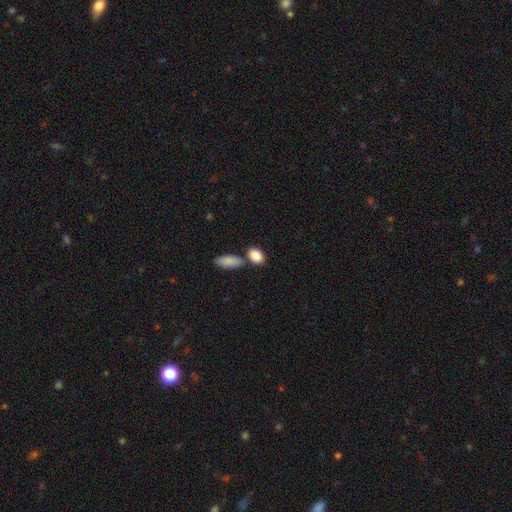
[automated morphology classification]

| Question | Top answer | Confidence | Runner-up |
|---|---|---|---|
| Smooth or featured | smooth | 88% | star or artifact (7%) |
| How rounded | in between | 81% | round (16%) |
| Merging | none | 59% | merger (24%) |